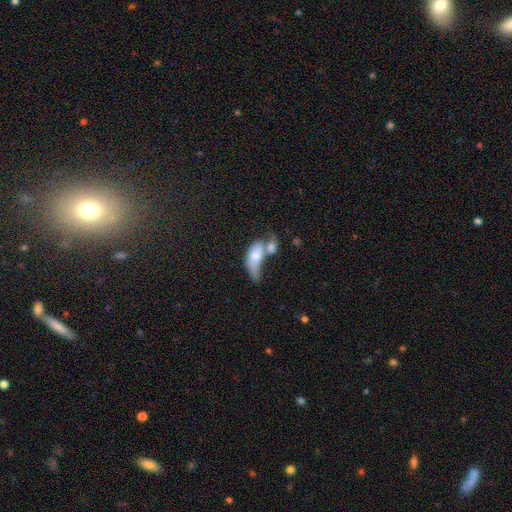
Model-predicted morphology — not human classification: type=smooth (67%); roundness=in between (82%); merging=merger (59%).